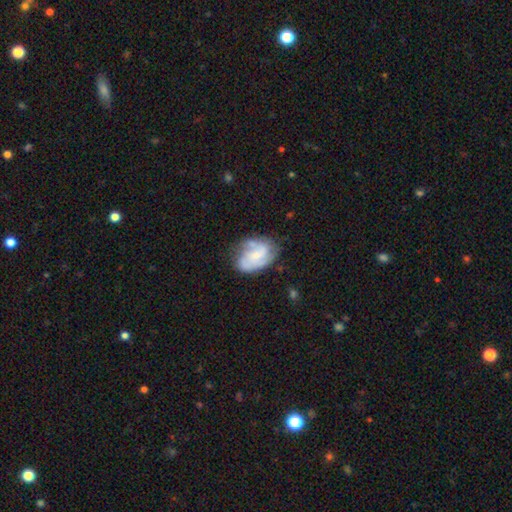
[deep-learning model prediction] smooth_or_featured: featured or disk (p=0.67) [alt: smooth p=0.27]
disk_edge_on: no (p=0.97) [alt: yes p=0.03]
bar: no (p=0.51) [alt: weak p=0.39]
has_spiral_arms: yes (p=0.83) [alt: no p=0.17]
spiral_winding: medium (p=0.44) [alt: tight p=0.35]
spiral_arm_count: 2 (p=0.45) [alt: can't tell p=0.25]
bulge_size: small (p=0.53) [alt: moderate p=0.27]
merging: none (p=0.56) [alt: minor disturbance p=0.26]